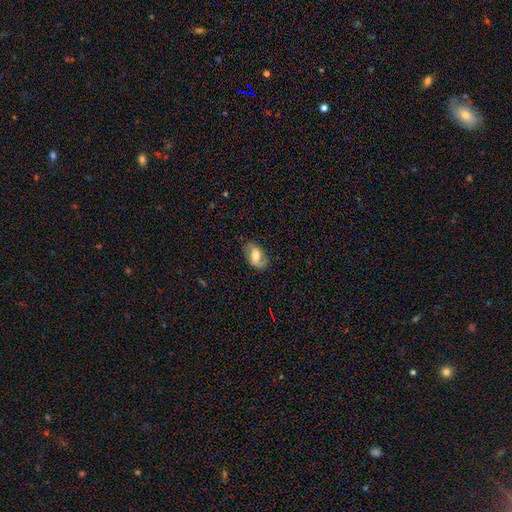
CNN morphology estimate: A featured or disk galaxy (57%) with a weak bar (46%), spiral arms (84%) and a moderate central bulge (61%).

Vote fractions:
- Smooth or featured? featured or disk: 57% / smooth: 36% / star or artifact: 7%
- Edge-on disk? no: 95% / yes: 5%
- Bar? weak: 46% / no: 35% / strong: 19%
- Spiral arms? yes: 84% / no: 16%
- Bulge size? moderate: 61% / large: 19% / small: 16% / none: 3% / dominant: 2%
- Merging? none: 77% / minor disturbance: 17% / major disturbance: 5% / merger: 1%